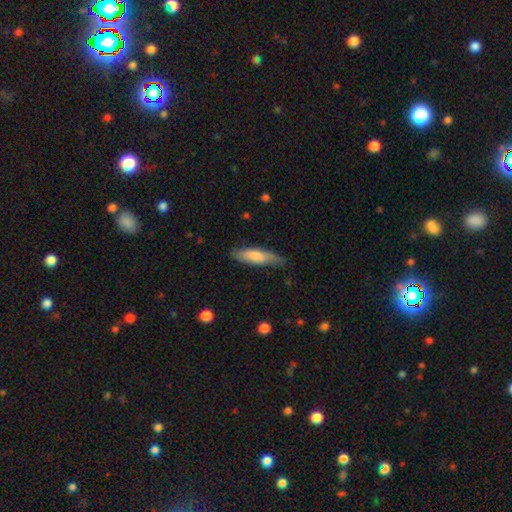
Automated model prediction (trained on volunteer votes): Smooth or featured: smooth — 68% (featured or disk — 26%)
How rounded: cigar-shaped — 71% (in between — 28%)
Merging: none — 77% (minor disturbance — 18%)